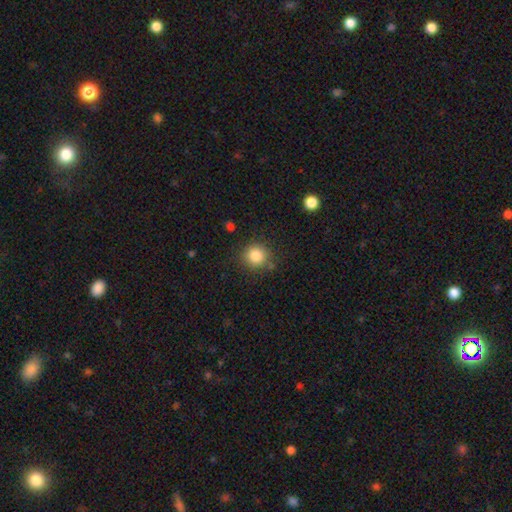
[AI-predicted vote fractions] A smooth galaxy with no disk features (84%) that is round (89%).

Vote fractions:
- Smooth or featured? smooth: 84% / star or artifact: 11% / featured or disk: 5%
- How rounded? round: 89% / in between: 10% / cigar-shaped: 1%
- Merging? none: 83% / minor disturbance: 11% / major disturbance: 3% / merger: 3%